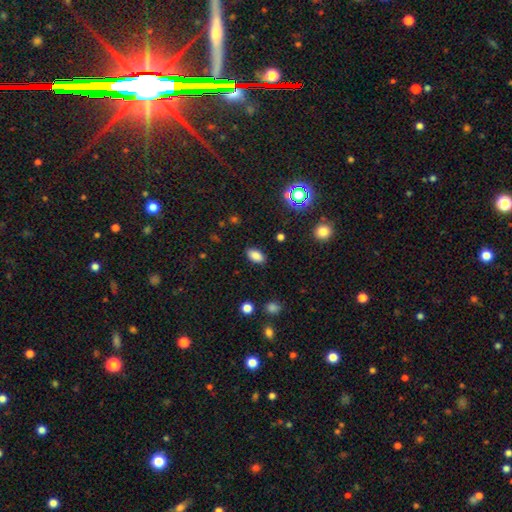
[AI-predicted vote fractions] Smooth or featured? smooth (84%)
How rounded? in between (92%)
Merging? none (88%)